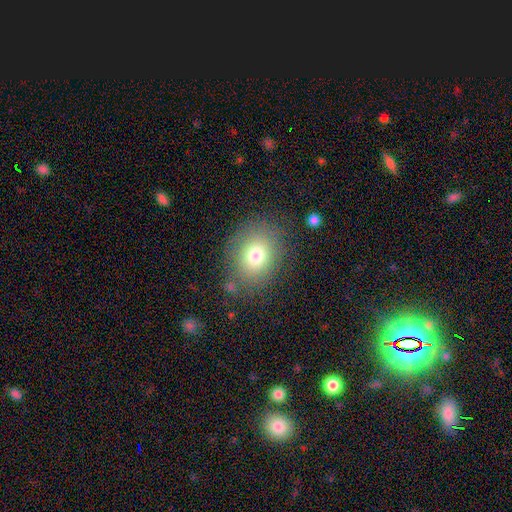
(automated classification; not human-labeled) Smooth or featured?
  - smooth: 75% *
  - star or artifact: 13%
  - featured or disk: 12%
How rounded?
  - round: 59% *
  - in between: 40%
  - cigar-shaped: 1%
Merging?
  - none: 80% *
  - minor disturbance: 12%
  - major disturbance: 5%
  - merger: 3%